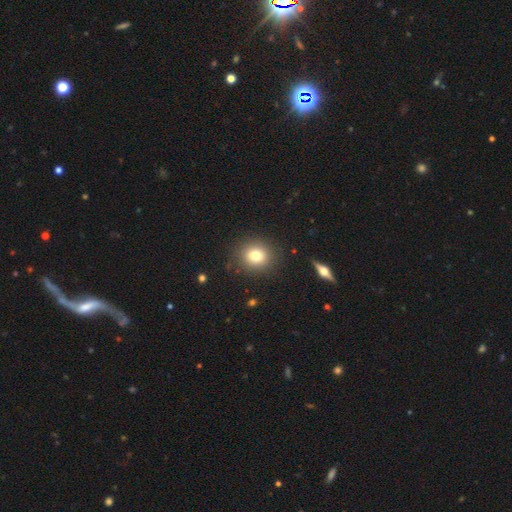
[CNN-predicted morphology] Smooth or featured? Predicted: smooth (p=0.78). How rounded? Predicted: round (p=0.82). Merging? Predicted: none (p=0.88).